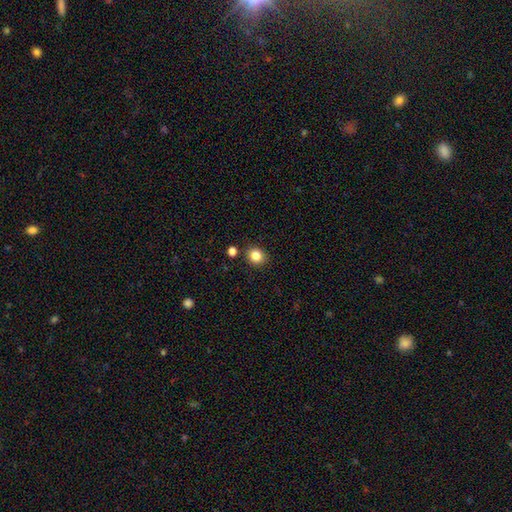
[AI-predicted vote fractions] Smooth or featured: smooth — 83% (star or artifact — 12%)
How rounded: round — 79% (in between — 20%)
Merging: none — 86% (minor disturbance — 8%)